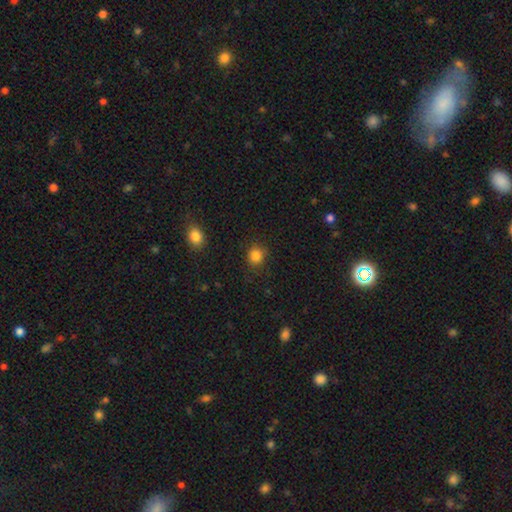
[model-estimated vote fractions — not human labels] Smooth or featured?
  - smooth: 85% *
  - star or artifact: 11%
  - featured or disk: 4%
How rounded?
  - round: 83% *
  - in between: 16%
  - cigar-shaped: 1%
Merging?
  - none: 85% *
  - minor disturbance: 10%
  - major disturbance: 3%
  - merger: 2%